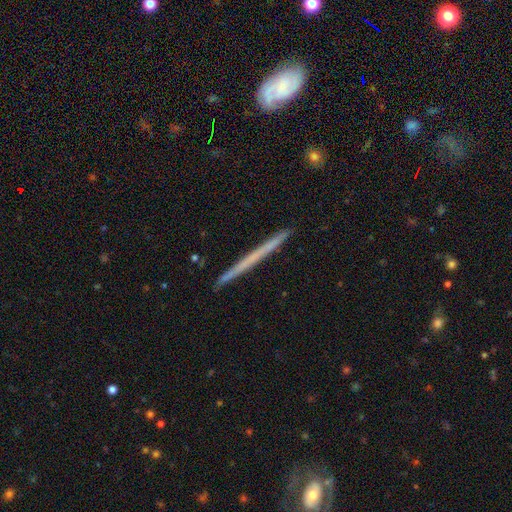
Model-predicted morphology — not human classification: Q: Smooth or featured?
A: featured or disk (58%); runner-up: smooth (36%)
Q: Edge-on disk?
A: yes (97%); runner-up: no (3%)
Q: Edge-on bulge?
A: none (90%); runner-up: rounded (7%)
Q: Merging?
A: none (91%); runner-up: minor disturbance (7%)